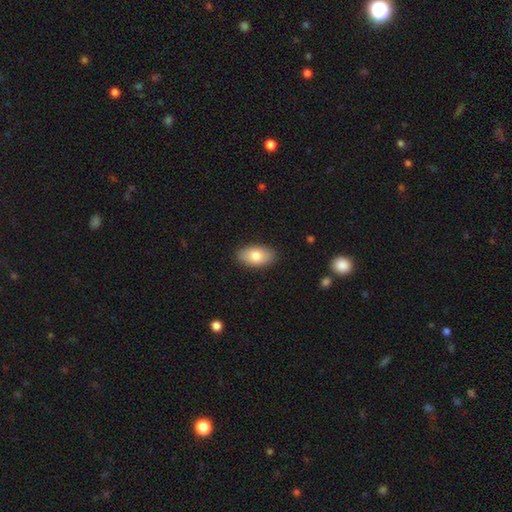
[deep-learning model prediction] Smooth or featured?
  - smooth: 80% *
  - featured or disk: 13%
  - star or artifact: 6%
How rounded?
  - in between: 93% *
  - round: 4%
  - cigar-shaped: 2%
Merging?
  - none: 88% *
  - minor disturbance: 9%
  - major disturbance: 2%
  - merger: 1%